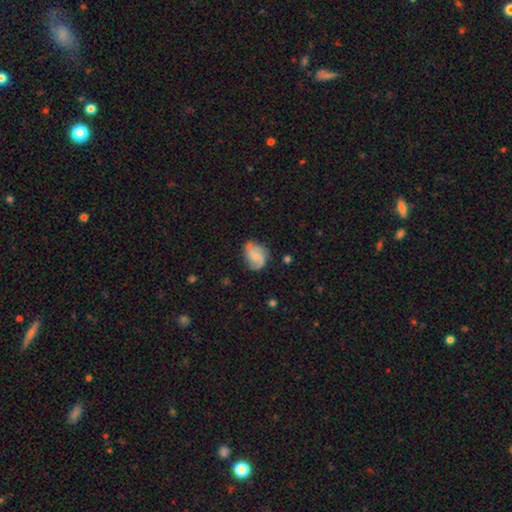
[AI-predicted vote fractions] A featured or disk galaxy (54%) with no bar (56%), spiral arms (88%) and a small central bulge (46%).

Vote fractions:
- Smooth or featured? featured or disk: 54% / smooth: 38% / star or artifact: 8%
- Edge-on disk? no: 98% / yes: 2%
- Bar? no: 56% / weak: 37% / strong: 7%
- Spiral arms? yes: 88% / no: 12%
- Bulge size? small: 46% / none: 30% / moderate: 20% / large: 2% / dominant: 1%
- Merging? none: 62% / minor disturbance: 25% / major disturbance: 9% / merger: 4%